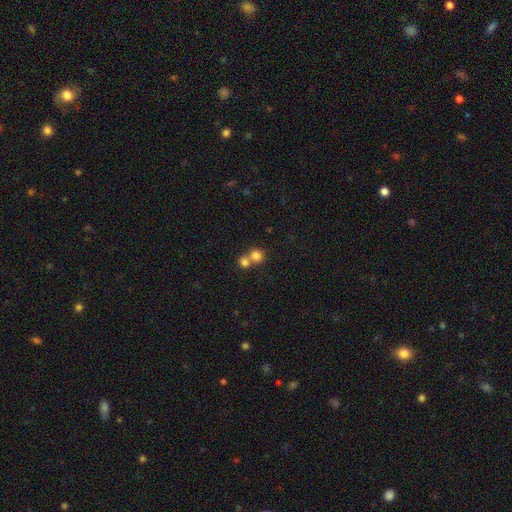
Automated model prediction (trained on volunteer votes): Q: Smooth or featured?
A: smooth (80%); runner-up: star or artifact (11%)
Q: How rounded?
A: round (85%); runner-up: in between (14%)
Q: Merging?
A: merger (52%); runner-up: none (40%)